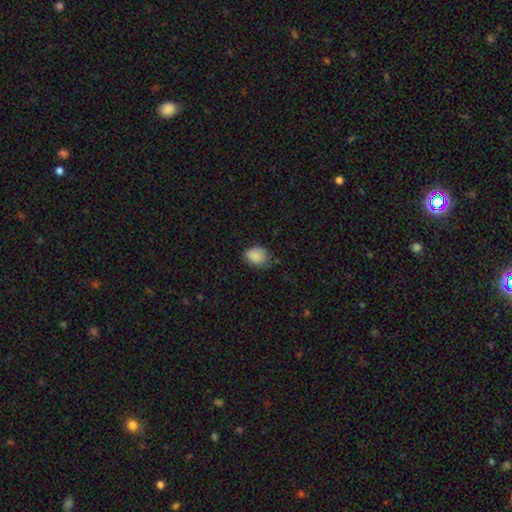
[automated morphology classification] The model was most divided on "how rounded": in between: 57%, round: 42%, cigar-shaped: 1%. More confident: smooth or featured — smooth (87%); merging — none (62%).